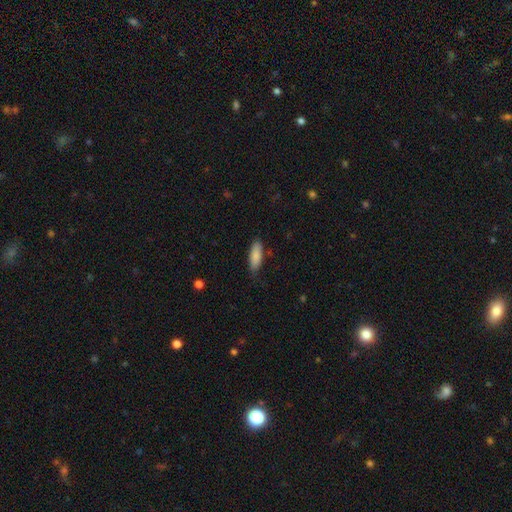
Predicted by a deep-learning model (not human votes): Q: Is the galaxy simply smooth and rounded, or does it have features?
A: smooth — 86%.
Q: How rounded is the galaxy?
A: in between — 66%.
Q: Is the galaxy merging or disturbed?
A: none — 81%.